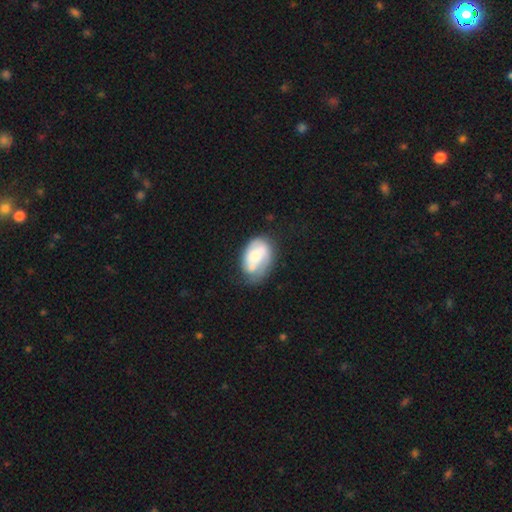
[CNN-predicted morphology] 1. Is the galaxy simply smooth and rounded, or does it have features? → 52% smooth, 42% featured or disk, 7% star or artifact.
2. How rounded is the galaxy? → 85% in between, 14% round, 1% cigar-shaped.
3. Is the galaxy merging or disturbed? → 41% none, 32% minor disturbance, 15% major disturbance, 12% merger.